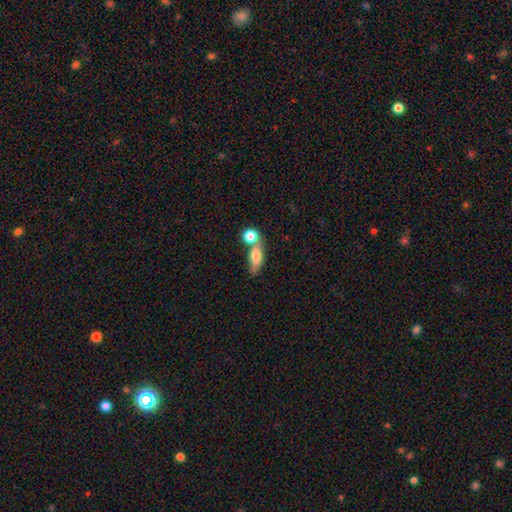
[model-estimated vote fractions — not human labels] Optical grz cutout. It shows a smooth galaxy with no disk features (75%) that is in between round and cigar-shaped (67%). Merging: merger (47%).